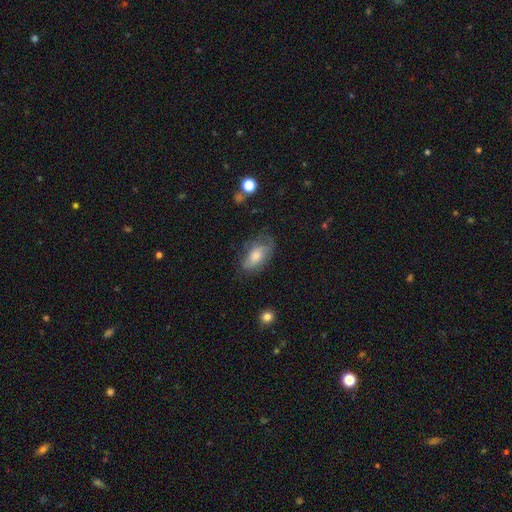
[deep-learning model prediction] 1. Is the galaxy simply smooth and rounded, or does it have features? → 57% smooth, 34% featured or disk, 9% star or artifact.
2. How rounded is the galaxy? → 88% in between, 6% cigar-shaped, 6% round.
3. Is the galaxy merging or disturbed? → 59% none, 27% minor disturbance, 11% major disturbance, 2% merger.